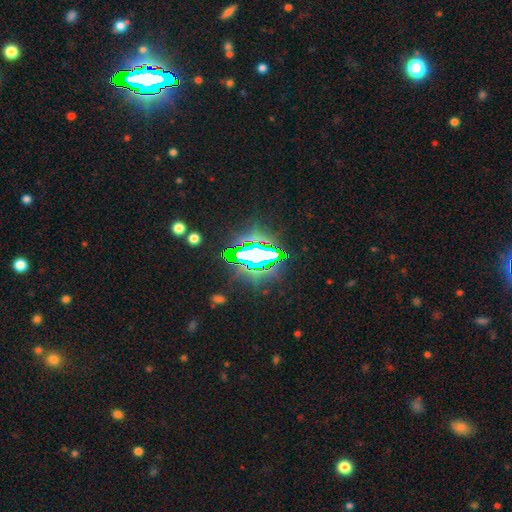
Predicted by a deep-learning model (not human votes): Morphology: type=star or artifact (74%).